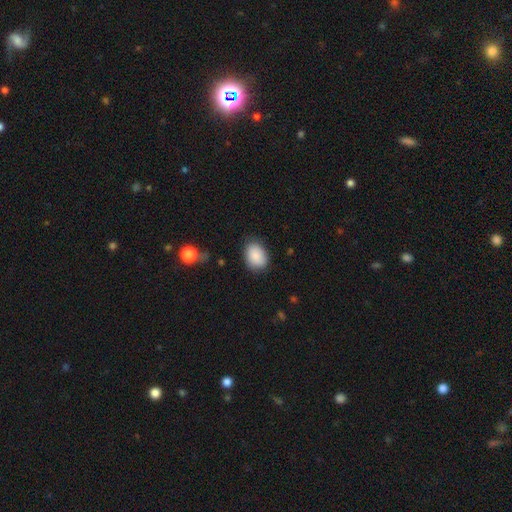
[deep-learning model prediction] Smooth or featured: smooth — 86% (star or artifact — 7%)
How rounded: in between — 77% (round — 22%)
Merging: none — 78% (minor disturbance — 17%)